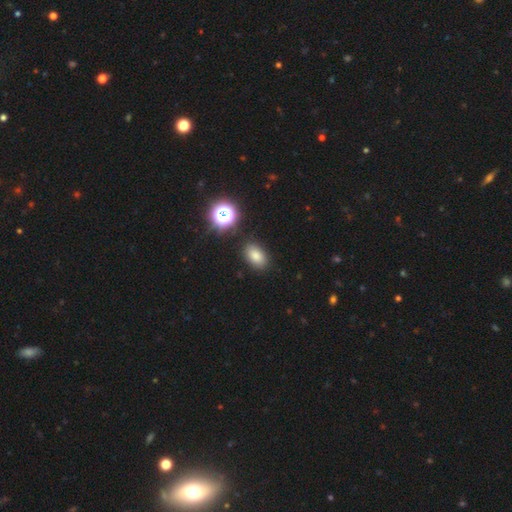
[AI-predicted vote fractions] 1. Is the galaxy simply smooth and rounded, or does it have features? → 81% smooth, 13% star or artifact, 6% featured or disk.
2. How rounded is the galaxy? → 85% in between, 13% round, 1% cigar-shaped.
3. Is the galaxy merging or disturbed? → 85% none, 9% minor disturbance, 3% major disturbance, 3% merger.